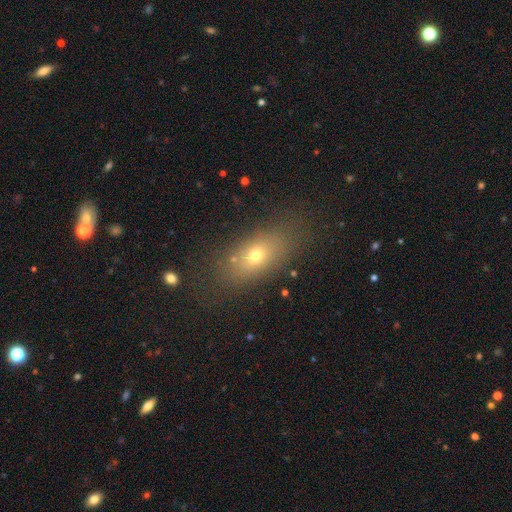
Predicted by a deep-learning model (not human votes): A smooth galaxy with no disk features (66%) that is in between round and cigar-shaped (77%). Merging: none (79%).